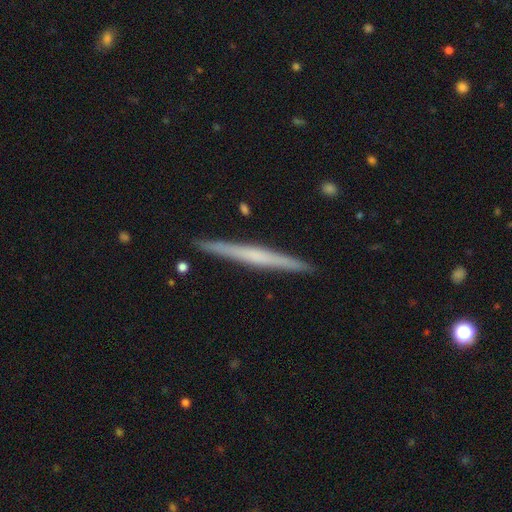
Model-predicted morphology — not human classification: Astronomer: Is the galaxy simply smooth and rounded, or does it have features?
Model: featured or disk — 60% (runner-up: smooth, 35%).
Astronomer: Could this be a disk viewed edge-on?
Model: yes — 98%.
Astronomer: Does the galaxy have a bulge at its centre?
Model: none — 63%.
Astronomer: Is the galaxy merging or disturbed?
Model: none — 92%.